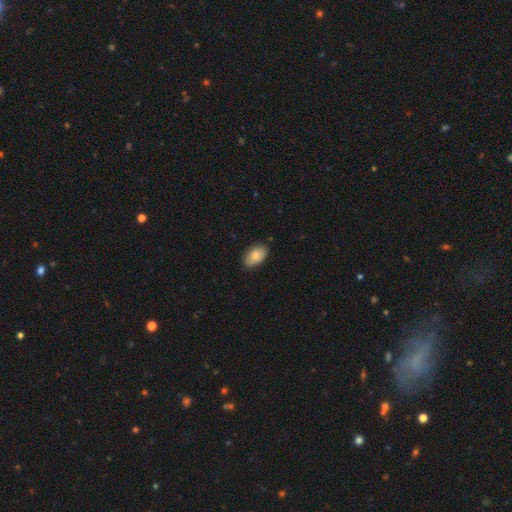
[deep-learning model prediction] Morphology: type=smooth (81%); roundness=in between (93%); merging=none (82%).